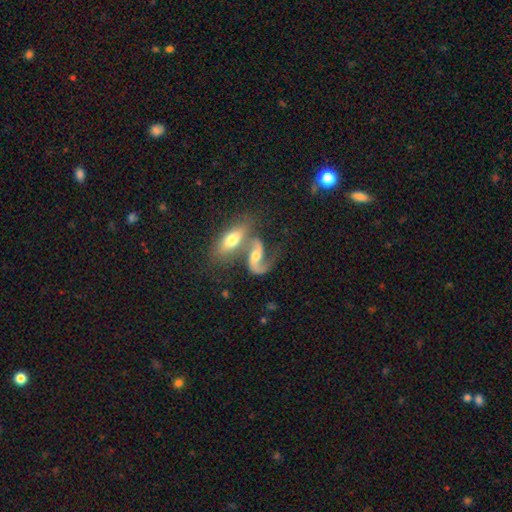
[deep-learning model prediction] Smooth or featured: featured or disk — 75% (smooth — 18%)
Edge-on disk: no — 92% (yes — 8%)
Bar: no — 44% (weak — 37%)
Spiral arms: yes — 92% (no — 8%)
Spiral winding: loose — 66% (medium — 28%)
Spiral arm count: 2 — 78% (1 — 15%)
Bulge size: moderate — 59% (small — 27%)
Merging: merger — 57% (none — 25%)